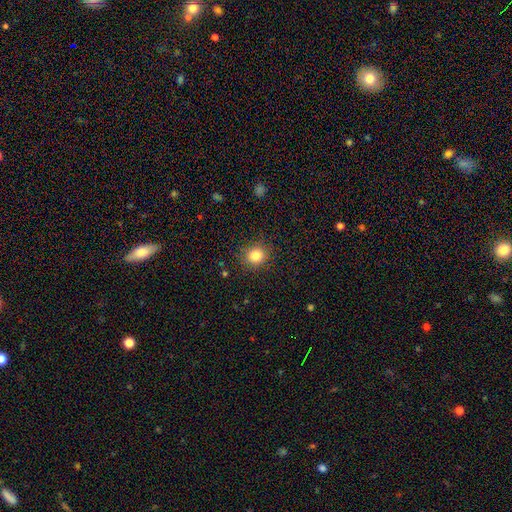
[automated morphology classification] A smooth galaxy with no disk features (84%) that is round (81%). Merging: none (87%).